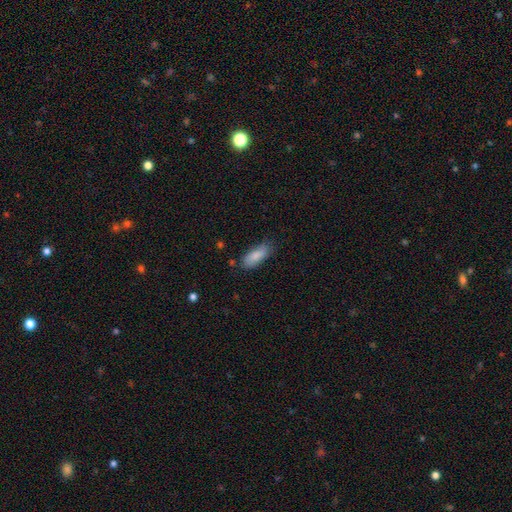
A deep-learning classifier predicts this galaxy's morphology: A smooth galaxy with no disk features (86%) that is in between round and cigar-shaped (77%). Merging: none (75%).